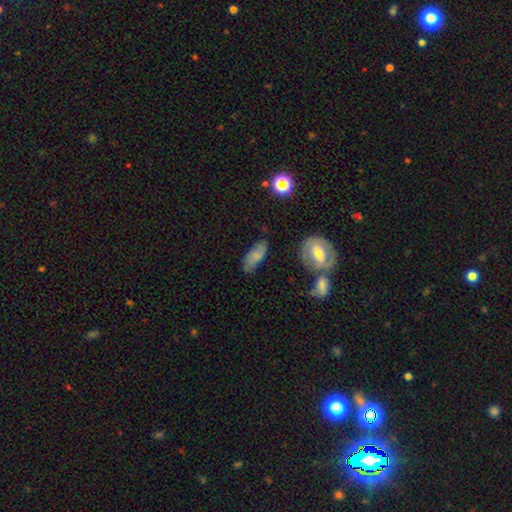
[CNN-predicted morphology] A smooth galaxy with no disk features (68%) that is in between round and cigar-shaped (78%).

Vote fractions:
- Smooth or featured? smooth: 68% / featured or disk: 24% / star or artifact: 8%
- How rounded? in between: 78% / cigar-shaped: 19% / round: 3%
- Merging? none: 69% / minor disturbance: 21% / major disturbance: 6% / merger: 4%